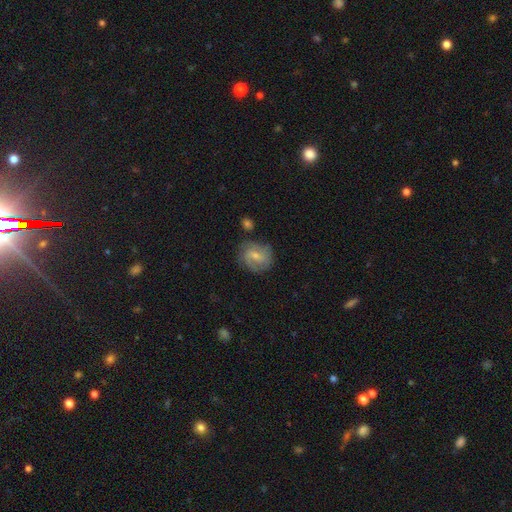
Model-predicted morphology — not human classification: Smooth or featured? featured or disk (62%)
Edge-on disk? no (97%)
Bar? weak (56%)
Spiral arms? yes (88%)
Spiral winding? medium (45%)
Spiral arm count? 2 (59%)
Bulge size? small (55%)
Merging? none (70%)